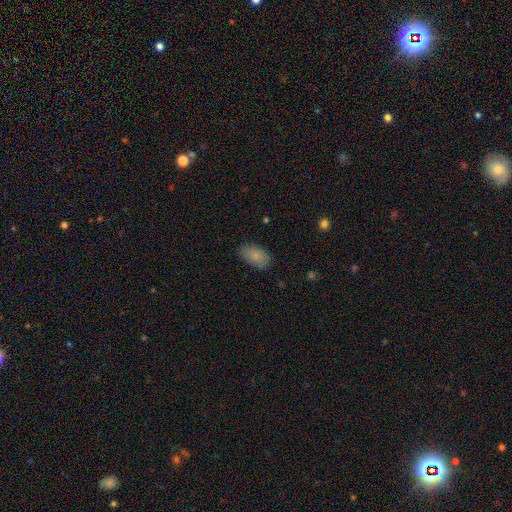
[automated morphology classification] Smooth or featured: smooth — 85% (featured or disk — 8%)
How rounded: in between — 93% (round — 5%)
Merging: none — 82% (minor disturbance — 14%)